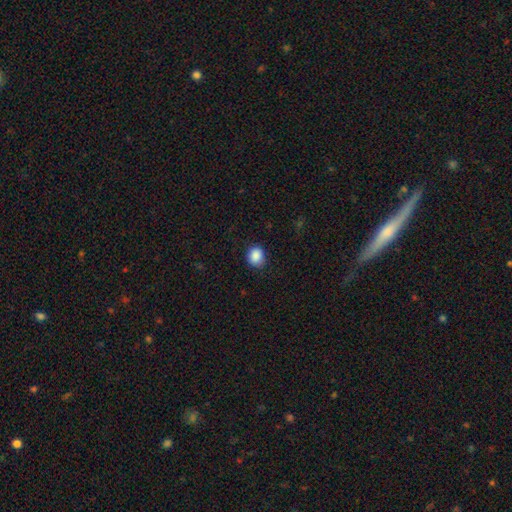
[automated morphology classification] A smooth galaxy with no disk features (88%) that is round (64%). Merging: none (83%).